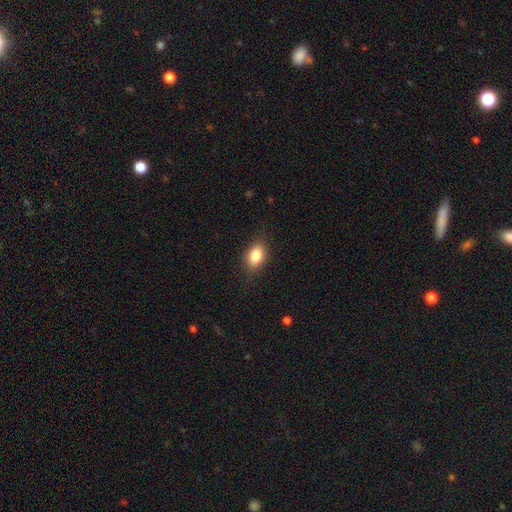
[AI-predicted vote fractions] Smooth or featured?
  - smooth: 84% *
  - featured or disk: 8%
  - star or artifact: 8%
How rounded?
  - in between: 83% *
  - round: 14%
  - cigar-shaped: 2%
Merging?
  - none: 83% *
  - minor disturbance: 13%
  - major disturbance: 3%
  - merger: 1%